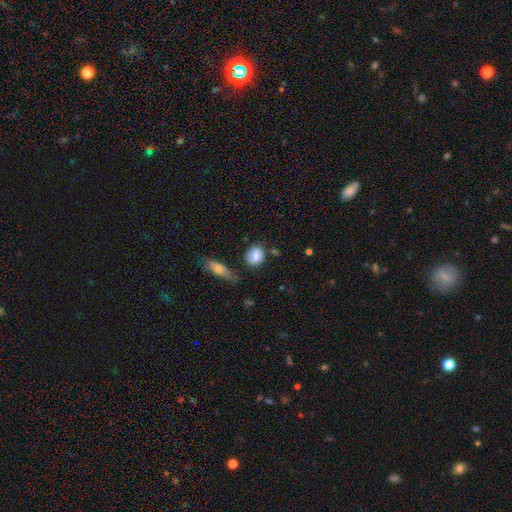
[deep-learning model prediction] smooth-or-featured: smooth: 80% | featured or disk: 13% | star or artifact: 8%
  how-rounded: round: 61% | in between: 37% | cigar-shaped: 2%
  merging: none: 70% | minor disturbance: 19% | merger: 6% | major disturbance: 5%